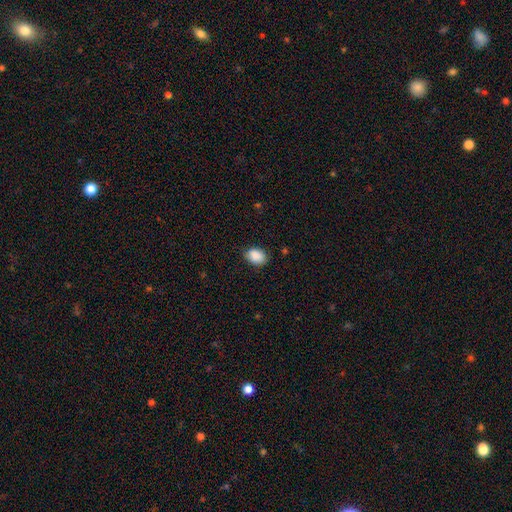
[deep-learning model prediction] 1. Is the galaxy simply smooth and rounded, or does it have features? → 89% smooth, 7% star or artifact, 4% featured or disk.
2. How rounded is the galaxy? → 76% in between, 23% round, 1% cigar-shaped.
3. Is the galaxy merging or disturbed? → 75% none, 20% minor disturbance, 4% major disturbance, 1% merger.